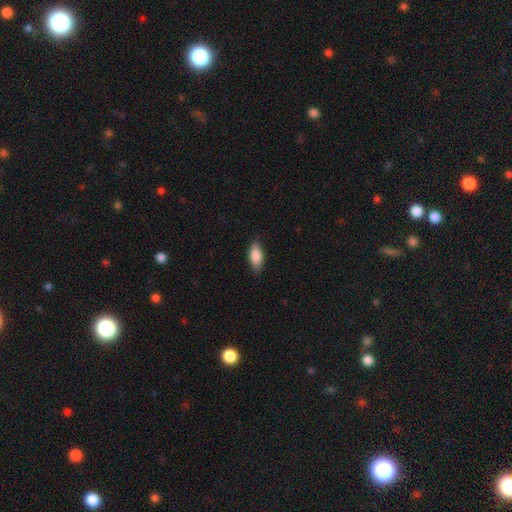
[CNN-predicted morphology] Smooth or featured? Predicted: smooth (p=0.85). How rounded? Predicted: in between (p=0.87). Merging? Predicted: none (p=0.82).